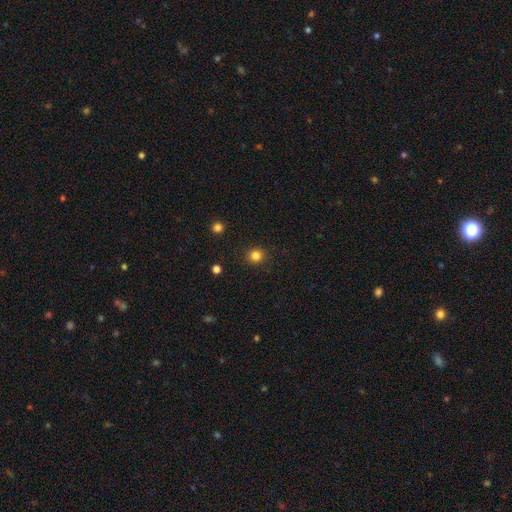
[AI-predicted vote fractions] Smooth or featured?
  - smooth: 82% *
  - star or artifact: 14%
  - featured or disk: 5%
How rounded?
  - round: 89% *
  - in between: 10%
  - cigar-shaped: 1%
Merging?
  - none: 91% *
  - minor disturbance: 6%
  - major disturbance: 2%
  - merger: 1%